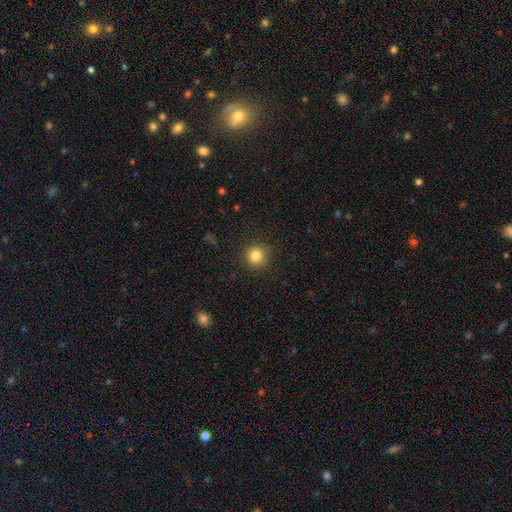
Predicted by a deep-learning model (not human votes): This appears to be a smooth galaxy with no disk features (83%) that is round (93%). Merging: none (90%).